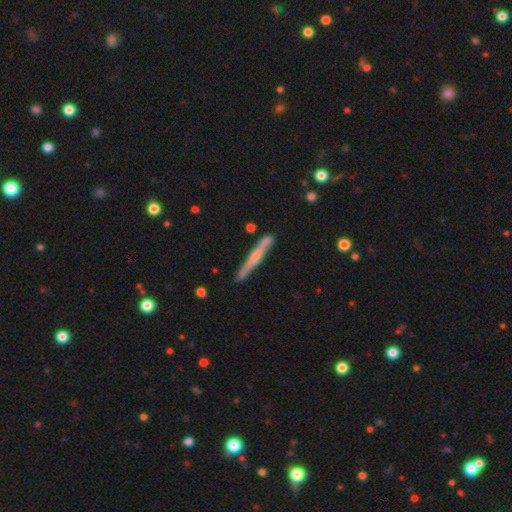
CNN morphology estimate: A featured or disk galaxy (56%) viewed edge-on (95%) with a rounded central bulge (54%). Merging: none (82%).